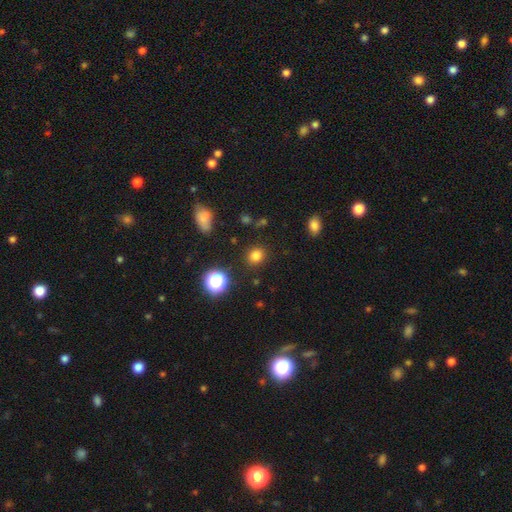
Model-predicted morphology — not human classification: This appears to be a smooth galaxy with no disk features (79%) that is round (76%). Merging: none (87%).